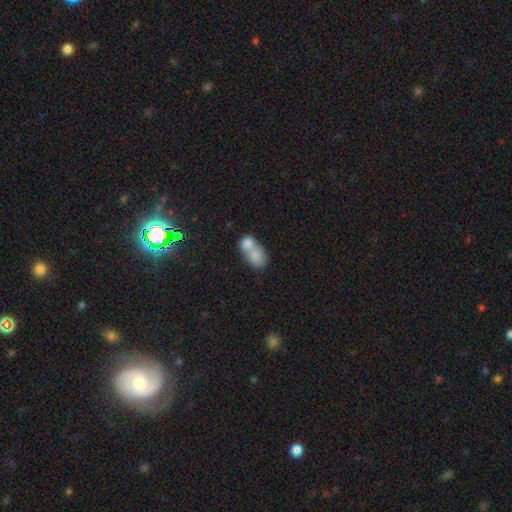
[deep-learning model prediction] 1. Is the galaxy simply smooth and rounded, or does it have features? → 76% smooth, 16% featured or disk, 8% star or artifact.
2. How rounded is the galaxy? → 74% in between, 24% round, 2% cigar-shaped.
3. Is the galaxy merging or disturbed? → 70% merger, 19% none, 7% minor disturbance, 4% major disturbance.